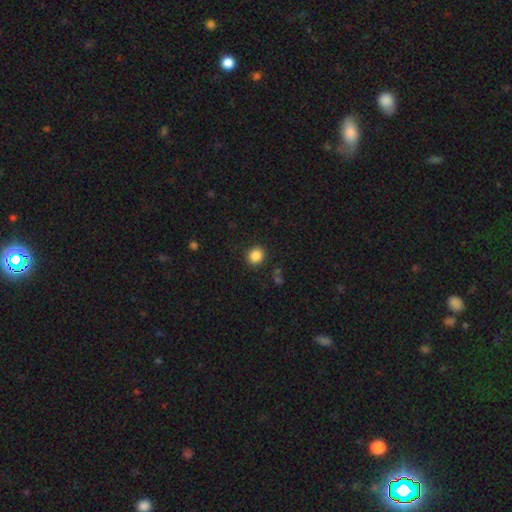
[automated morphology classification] The model was most divided on "how rounded": round: 78%, in between: 21%, cigar-shaped: 1%. More confident: merging — none (89%); smooth or featured — smooth (86%).